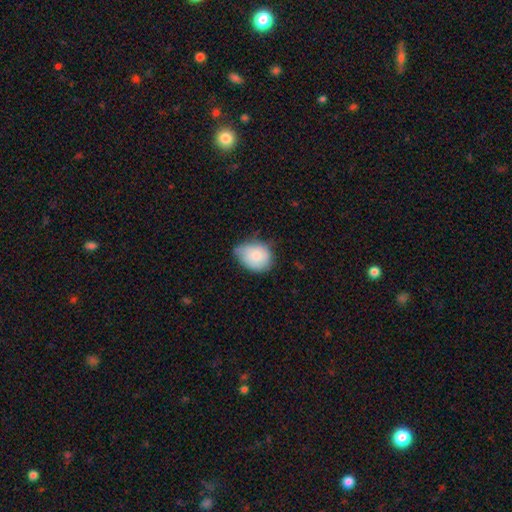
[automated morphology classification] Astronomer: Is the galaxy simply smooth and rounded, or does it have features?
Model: smooth — 82%.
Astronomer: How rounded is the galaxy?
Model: in between — 54% (runner-up: round, 45%).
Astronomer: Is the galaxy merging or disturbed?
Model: none — 48% (runner-up: minor disturbance, 42%).